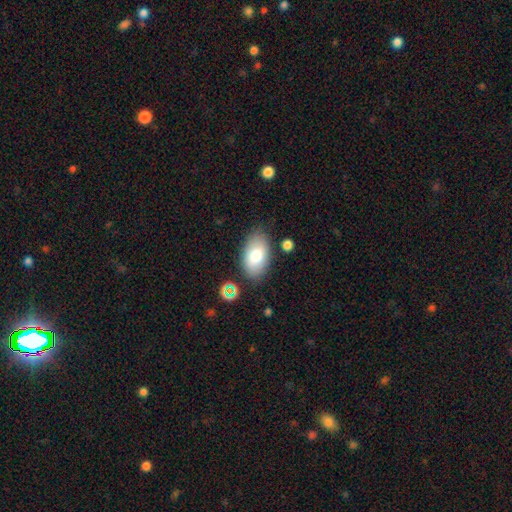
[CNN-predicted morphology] This appears to be a smooth galaxy with no disk features (78%) that is in between round and cigar-shaped (93%). Merging: none (79%).